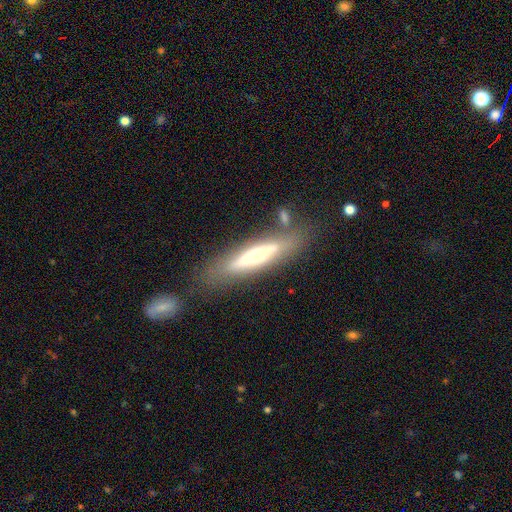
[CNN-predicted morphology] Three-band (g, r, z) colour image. It shows a featured or disk galaxy (51%) viewed edge-on (77%). Merging: none (72%).